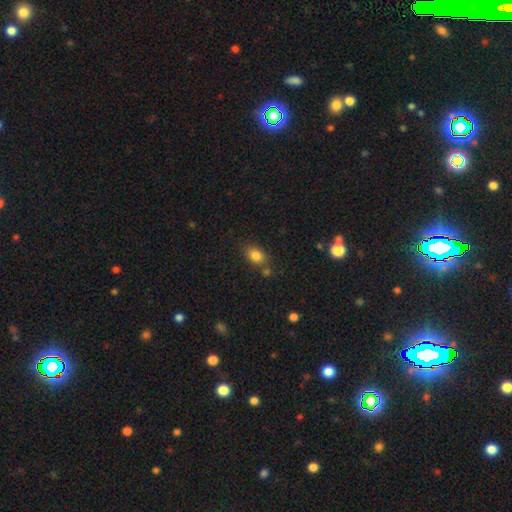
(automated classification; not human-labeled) Overall: smooth (82%). How rounded: in between (73%). Merging: none (71%).